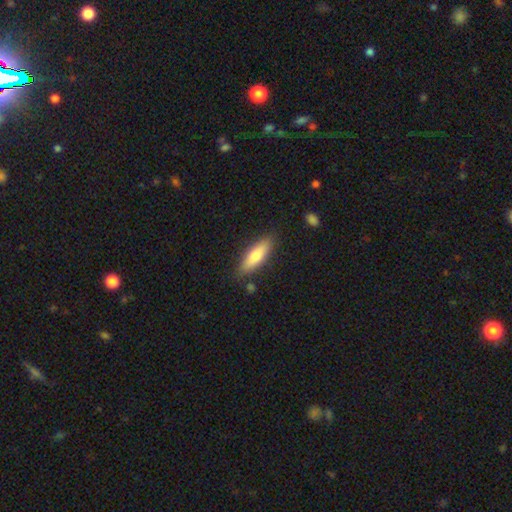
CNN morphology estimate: Overall: smooth (70%). How rounded: cigar-shaped (52%; in between 46%). Merging: none (84%).